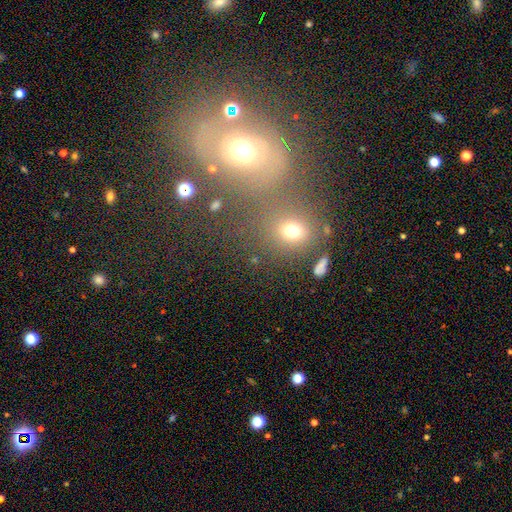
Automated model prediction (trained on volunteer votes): smooth-or-featured: smooth: 46% | star or artifact: 29% | featured or disk: 25%
  merging: none: 43% | merger: 39% | minor disturbance: 10% | major disturbance: 8%